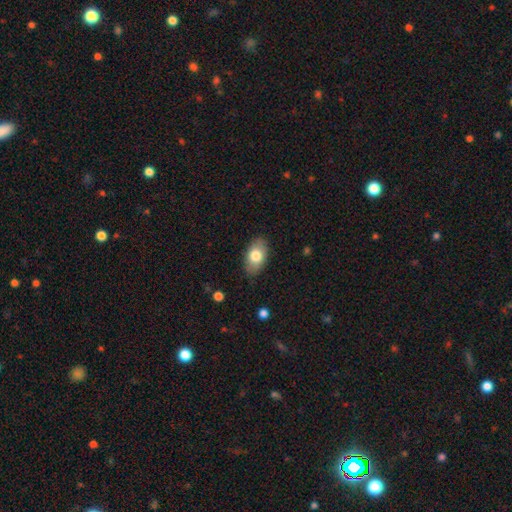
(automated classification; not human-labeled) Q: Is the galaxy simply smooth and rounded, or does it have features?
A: smooth — 77%.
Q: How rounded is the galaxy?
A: in between — 91%.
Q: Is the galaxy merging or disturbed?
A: none — 85%.